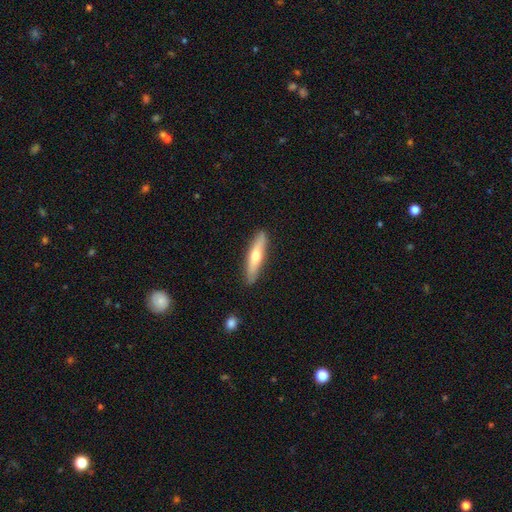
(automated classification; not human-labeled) Smooth or featured? Predicted: smooth (p=0.55). How rounded? Predicted: cigar-shaped (p=0.82). Merging? Predicted: none (p=0.87).